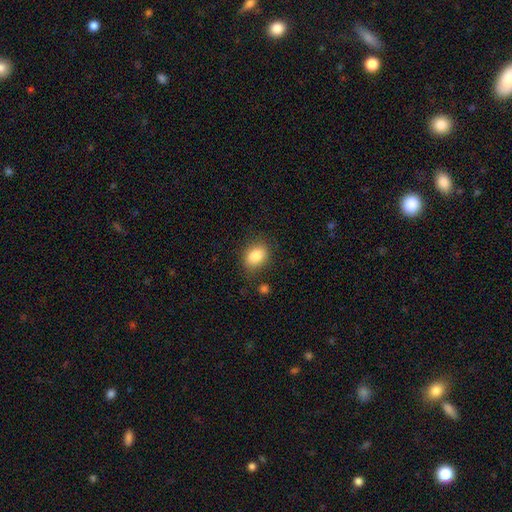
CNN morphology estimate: smooth_or_featured: smooth (p=0.86) [alt: star or artifact p=0.09]
how_rounded: in between (p=0.68) [alt: round p=0.30]
merging: none (p=0.79) [alt: minor disturbance p=0.14]